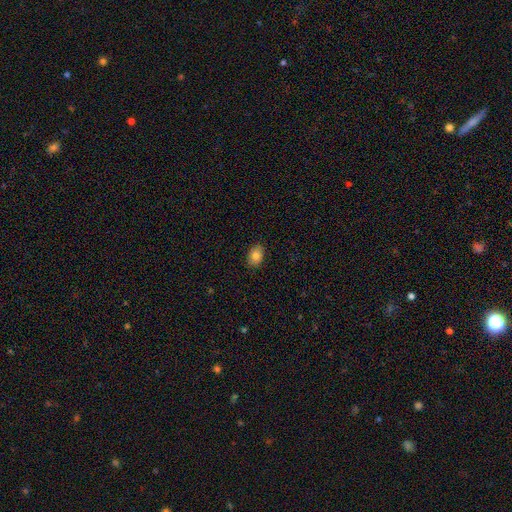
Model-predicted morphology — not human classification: smooth-or-featured: smooth: 84% | star or artifact: 8% | featured or disk: 8%
  how-rounded: in between: 78% | round: 21% | cigar-shaped: 1%
  merging: none: 86% | minor disturbance: 11% | major disturbance: 2% | merger: 1%